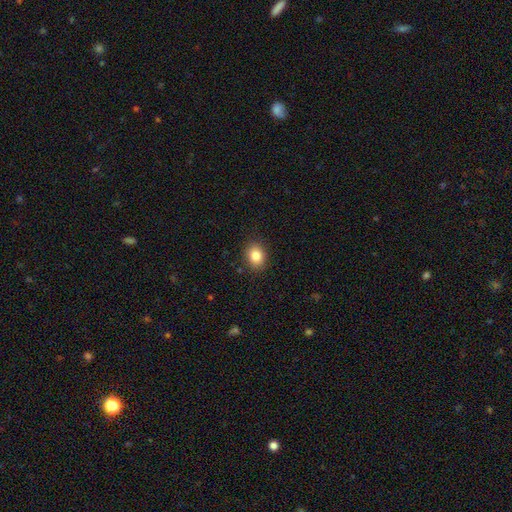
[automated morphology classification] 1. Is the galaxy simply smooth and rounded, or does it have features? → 84% smooth, 10% star or artifact, 7% featured or disk.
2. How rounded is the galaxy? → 51% in between, 48% round, 1% cigar-shaped.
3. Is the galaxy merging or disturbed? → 88% none, 8% minor disturbance, 2% major disturbance, 1% merger.